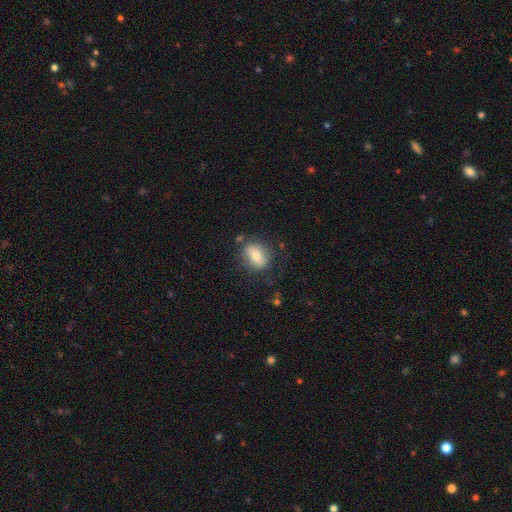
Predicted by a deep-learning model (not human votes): Smooth or featured?
  - smooth: 68% *
  - featured or disk: 24%
  - star or artifact: 8%
How rounded?
  - in between: 51% *
  - round: 47%
  - cigar-shaped: 2%
Merging?
  - none: 73% *
  - minor disturbance: 16%
  - major disturbance: 6%
  - merger: 4%